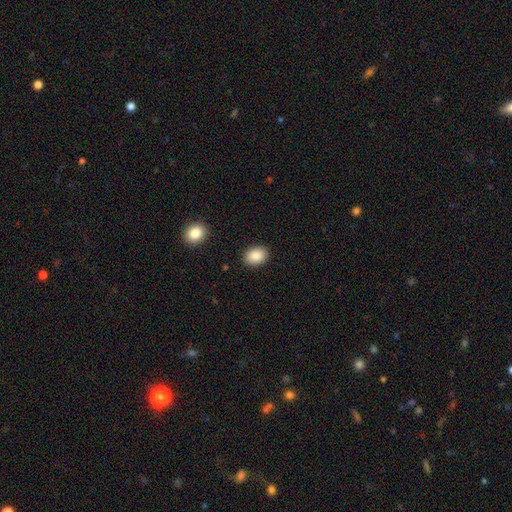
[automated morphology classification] A smooth galaxy with no disk features (88%) that is in between round and cigar-shaped (71%). Merging: none (89%).